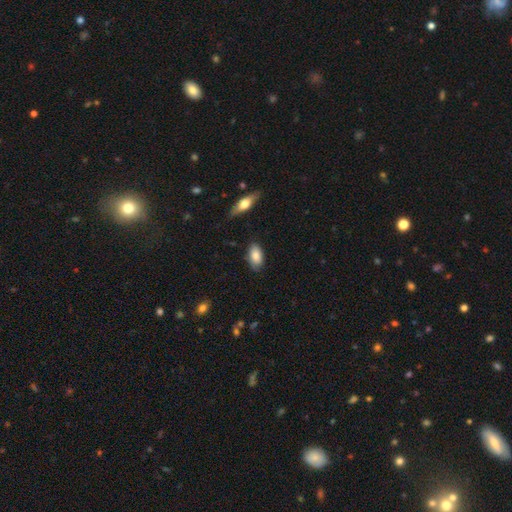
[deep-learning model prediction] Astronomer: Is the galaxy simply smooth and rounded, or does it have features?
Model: smooth — 84%.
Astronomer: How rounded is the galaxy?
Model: in between — 92%.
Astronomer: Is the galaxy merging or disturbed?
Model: none — 81%.